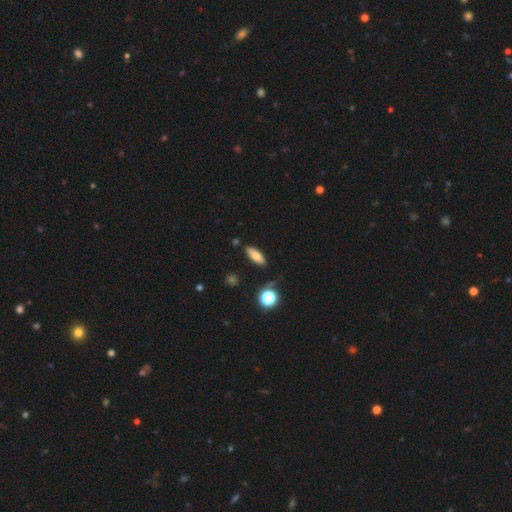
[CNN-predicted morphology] smooth 68%, featured or disk 22%, star or artifact 10%. Down the decision tree: how rounded — in between (66%); merging — none (79%).